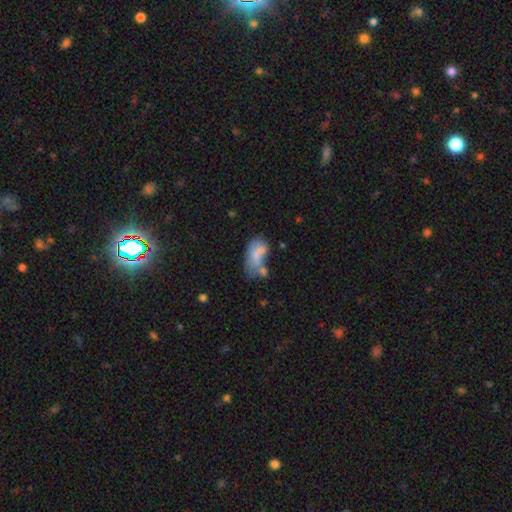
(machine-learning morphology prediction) type=smooth (65%); roundness=in between (91%); merging=merger (33%).